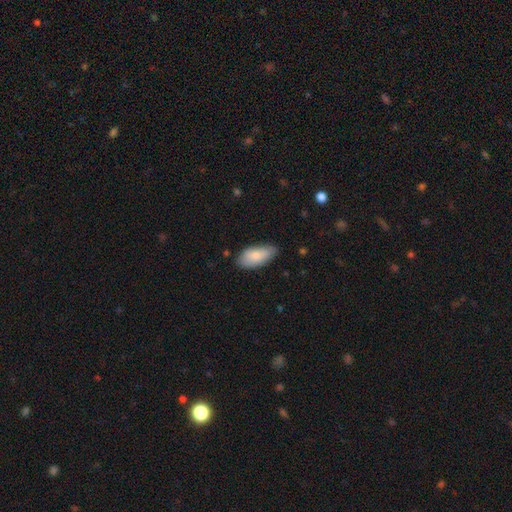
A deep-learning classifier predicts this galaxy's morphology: smooth-or-featured: smooth: 81% | featured or disk: 13% | star or artifact: 6%
  how-rounded: in between: 90% | cigar-shaped: 8% | round: 2%
  merging: none: 76% | minor disturbance: 19% | major disturbance: 3% | merger: 1%